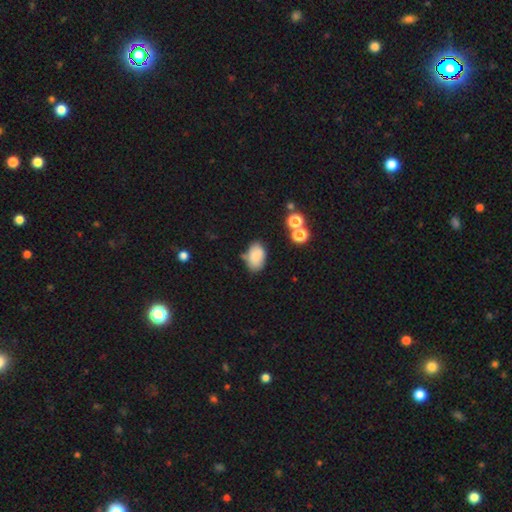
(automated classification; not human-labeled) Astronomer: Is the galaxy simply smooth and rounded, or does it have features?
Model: smooth — 84%.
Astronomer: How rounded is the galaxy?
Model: in between — 89%.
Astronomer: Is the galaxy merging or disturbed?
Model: none — 65%.